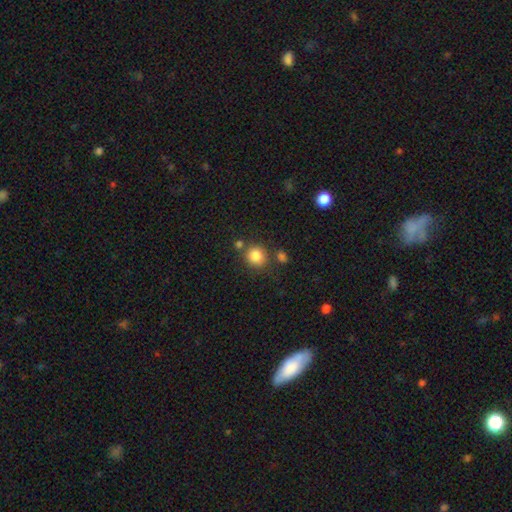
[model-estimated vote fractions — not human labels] Q: Smooth or featured?
A: smooth (84%); runner-up: star or artifact (10%)
Q: How rounded?
A: round (86%); runner-up: in between (13%)
Q: Merging?
A: none (75%); runner-up: merger (11%)